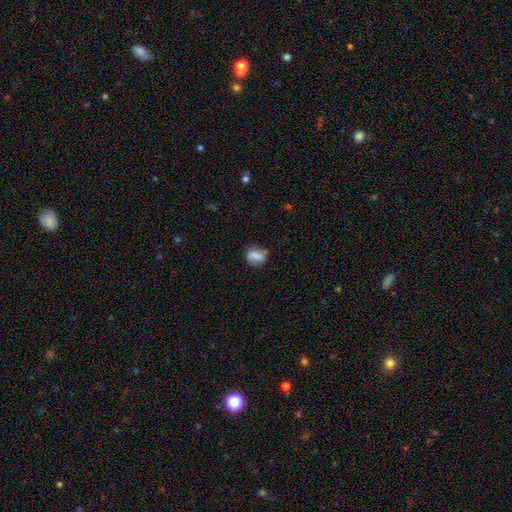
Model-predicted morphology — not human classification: Smooth or featured: smooth — 73% (featured or disk — 18%)
How rounded: in between — 50% (round — 48%)
Merging: none — 61% (minor disturbance — 27%)